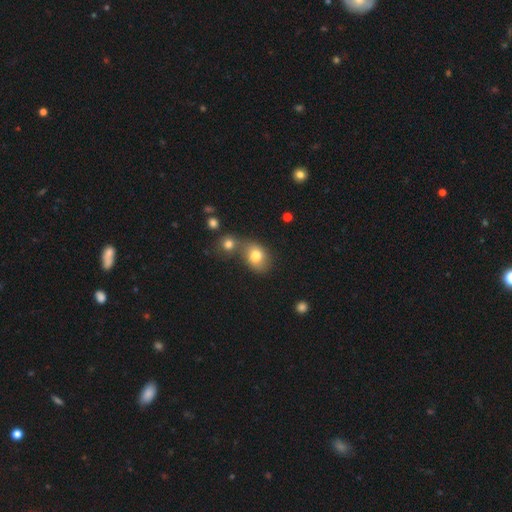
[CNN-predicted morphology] Overall: smooth (78%). How rounded: in between (54%; round 45%). Merging: none (45%; merger 38%).